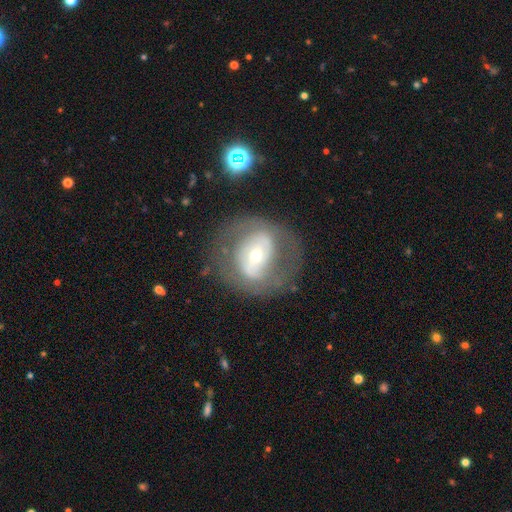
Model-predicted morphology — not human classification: This appears to be a featured or disk galaxy (66%) with no bar (47%), no spiral arms (58%) and a small central bulge (55%). Merging: none (68%).